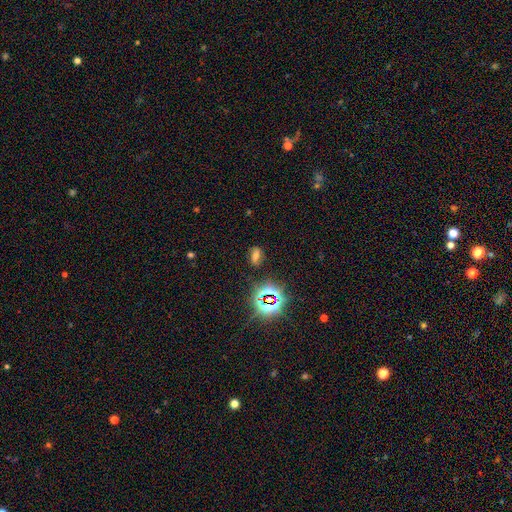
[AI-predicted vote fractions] smooth-or-featured: smooth: 41% | star or artifact: 39% | featured or disk: 20%
  merging: none: 81% | minor disturbance: 12% | major disturbance: 5% | merger: 3%